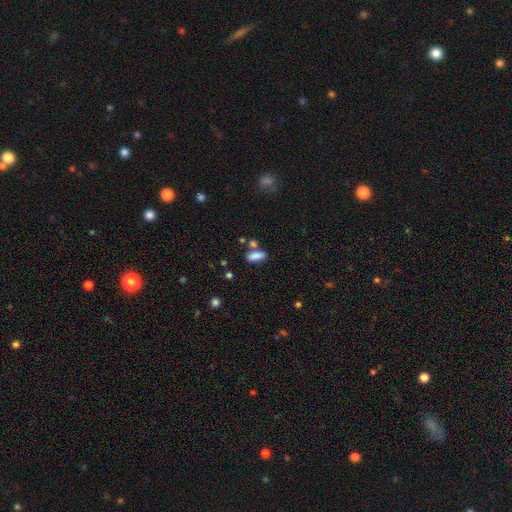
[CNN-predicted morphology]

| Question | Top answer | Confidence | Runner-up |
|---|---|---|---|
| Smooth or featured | smooth | 86% | star or artifact (8%) |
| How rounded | in between | 81% | cigar-shaped (16%) |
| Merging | none | 67% | merger (16%) |